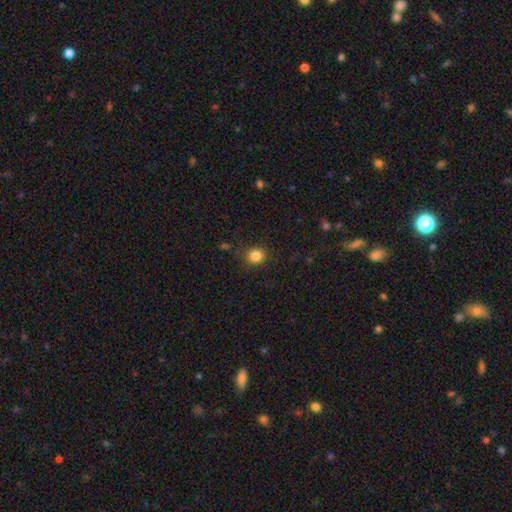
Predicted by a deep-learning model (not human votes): Smooth or featured: smooth — 84% (star or artifact — 11%)
How rounded: round — 82% (in between — 17%)
Merging: none — 87% (minor disturbance — 9%)